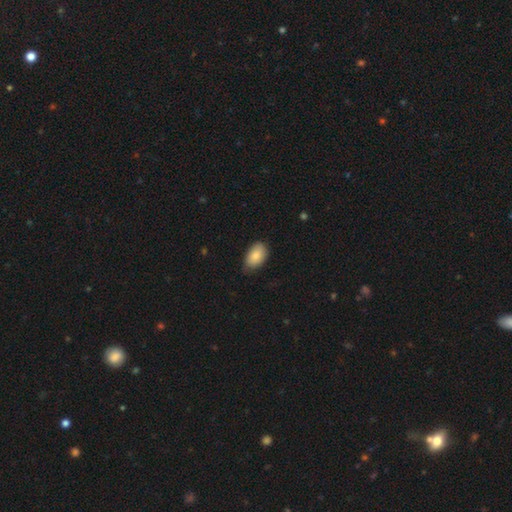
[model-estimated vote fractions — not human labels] smooth-or-featured: smooth: 85% | featured or disk: 8% | star or artifact: 6%
  how-rounded: in between: 93% | round: 6% | cigar-shaped: 1%
  merging: none: 71% | minor disturbance: 25% | major disturbance: 3% | merger: 1%